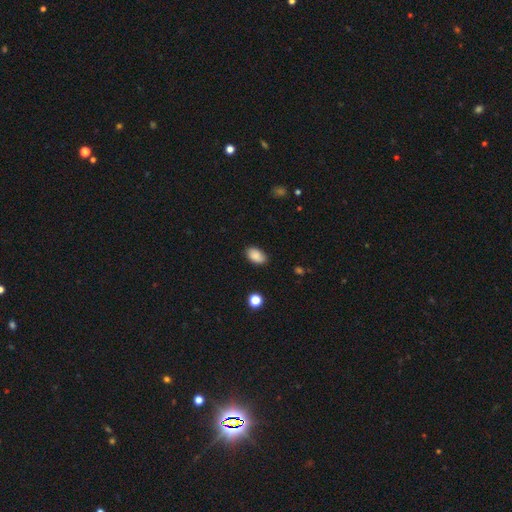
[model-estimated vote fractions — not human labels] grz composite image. It shows a smooth galaxy with no disk features (86%) that is in between round and cigar-shaped (91%). Merging: none (79%).